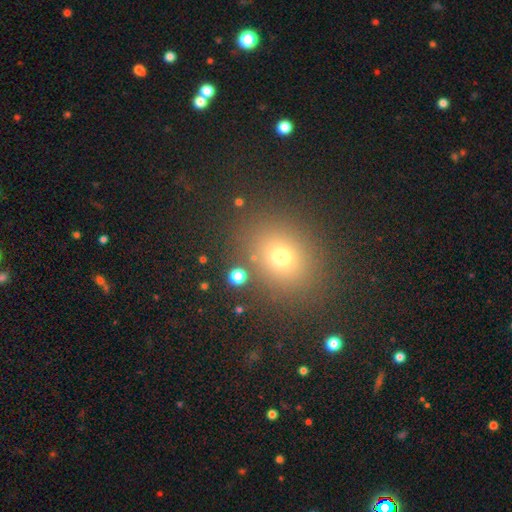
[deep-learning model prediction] Smooth or featured? smooth (63%)
How rounded? round (63%)
Merging? none (85%)